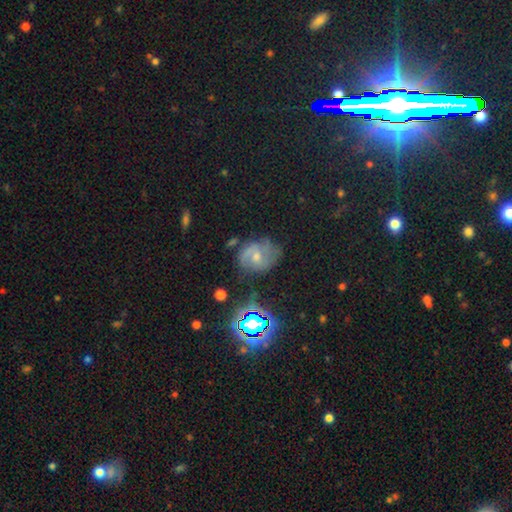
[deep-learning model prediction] smooth-or-featured: featured or disk: 61% | smooth: 24% | star or artifact: 15%
  disk-edge-on: no: 97% | yes: 3%
    bar: no: 52% | weak: 40% | strong: 8%
    has-spiral-arms: yes: 85% | no: 15%
    bulge-size: moderate: 50% | small: 41% | none: 4% | large: 3% | dominant: 1%
  merging: none: 54% | minor disturbance: 26% | major disturbance: 16% | merger: 4%